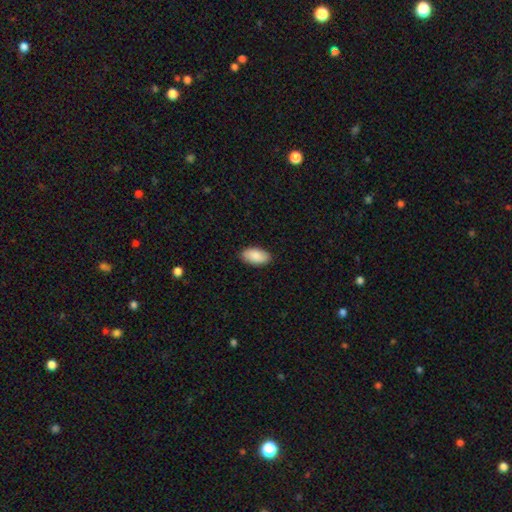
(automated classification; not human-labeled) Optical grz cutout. It shows a smooth galaxy with no disk features (88%) that is in between round and cigar-shaped (95%). Merging: none (89%).